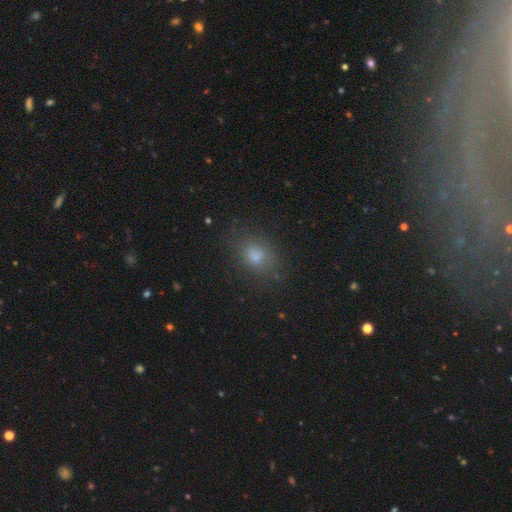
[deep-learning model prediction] The model was most divided on "how rounded": in between: 52%, round: 47%, cigar-shaped: 1%. More confident: merging — none (78%); smooth or featured — smooth (77%).